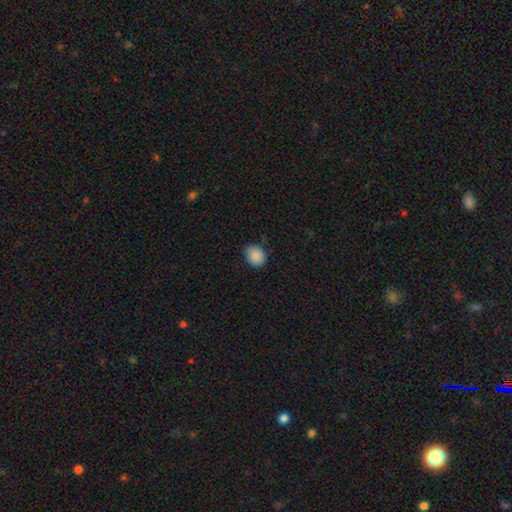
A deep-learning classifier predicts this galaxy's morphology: This appears to be a smooth galaxy with no disk features (89%) that is in between round and cigar-shaped (50%). Merging: none (81%).